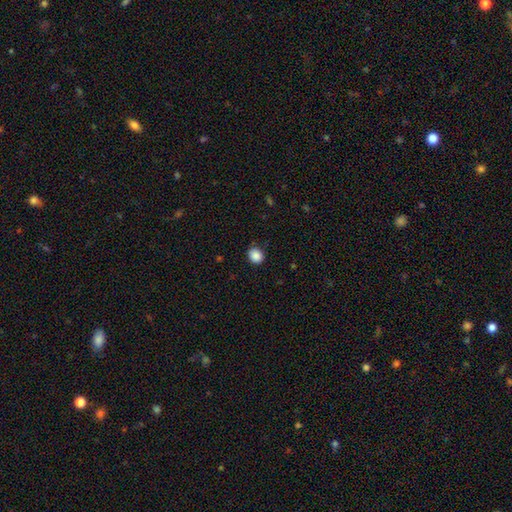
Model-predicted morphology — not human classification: Overall: smooth (87%). How rounded: round (69%; in between 30%). Merging: none (85%).